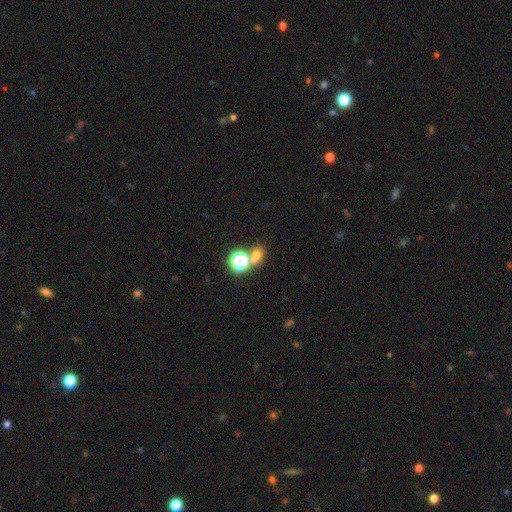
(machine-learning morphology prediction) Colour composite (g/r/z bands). It shows a smooth galaxy with no disk features (59%) that is round (62%). Merging: none (56%).